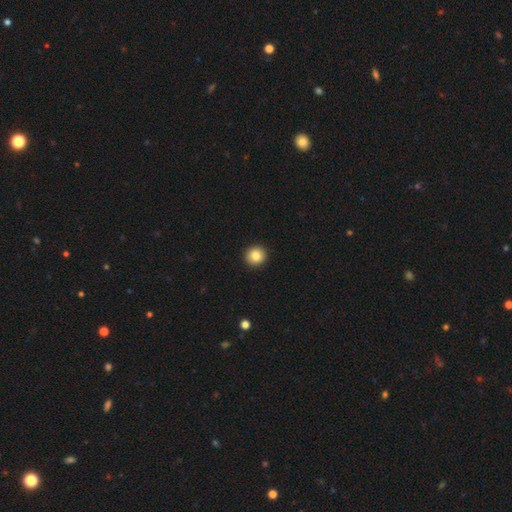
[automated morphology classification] Smooth or featured: smooth — 84% (star or artifact — 9%)
How rounded: round — 94% (in between — 5%)
Merging: none — 94% (minor disturbance — 4%)